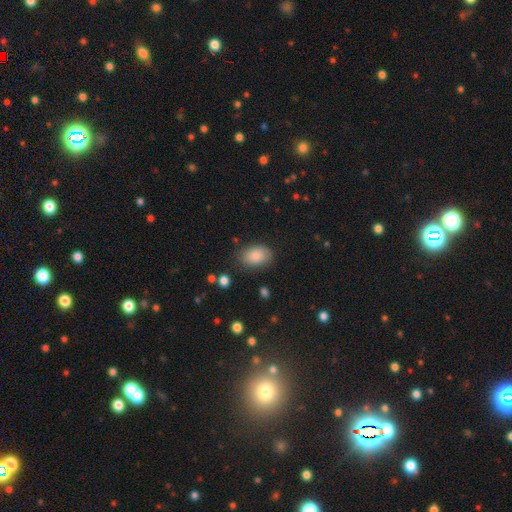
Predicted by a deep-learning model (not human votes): Q: Smooth or featured?
A: smooth (86%); runner-up: star or artifact (7%)
Q: How rounded?
A: in between (87%); runner-up: round (12%)
Q: Merging?
A: none (80%); runner-up: minor disturbance (14%)